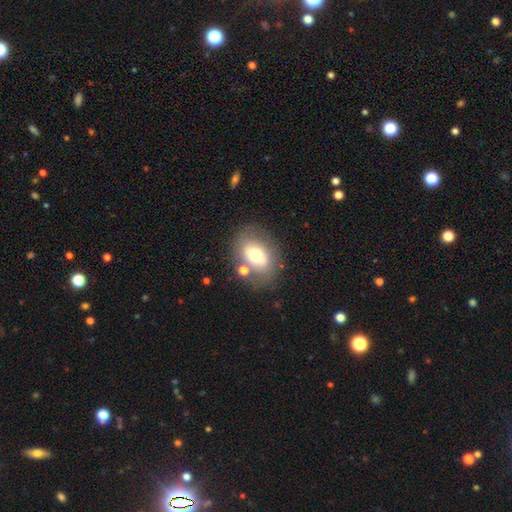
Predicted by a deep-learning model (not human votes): smooth_or_featured: smooth (p=0.60) [alt: featured or disk p=0.30]
how_rounded: in between (p=0.70) [alt: round p=0.29]
merging: none (p=0.69) [alt: minor disturbance p=0.15]